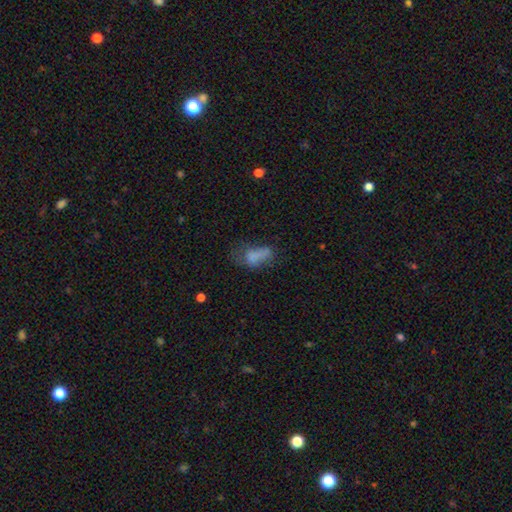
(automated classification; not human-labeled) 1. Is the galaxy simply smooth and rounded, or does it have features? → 66% smooth, 20% featured or disk, 14% star or artifact.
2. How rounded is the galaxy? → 85% in between, 8% cigar-shaped, 7% round.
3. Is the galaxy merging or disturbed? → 37% major disturbance, 29% none, 25% minor disturbance, 9% merger.